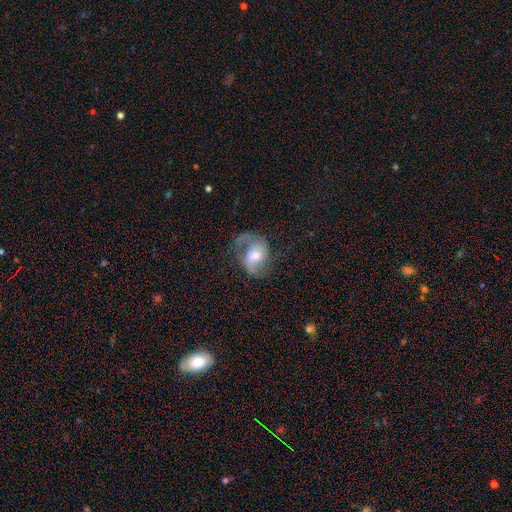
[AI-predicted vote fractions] Smooth or featured? Predicted: featured or disk (p=0.79). Edge-on disk? Predicted: no (p=0.97). Bar? Predicted: no (p=0.45). Spiral arms? Predicted: yes (p=0.95). Spiral winding? Predicted: loose (p=0.47). Spiral arm count? Predicted: 2 (p=0.87). Bulge size? Predicted: moderate (p=0.60). Merging? Predicted: none (p=0.63).